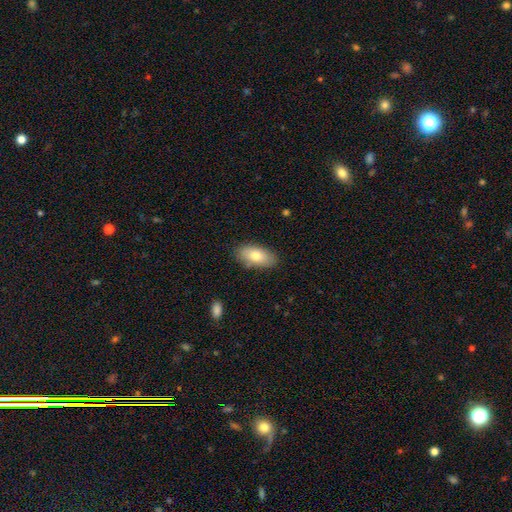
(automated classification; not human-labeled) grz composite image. It shows a smooth galaxy with no disk features (78%) that is in between round and cigar-shaped (90%). Merging: none (84%).